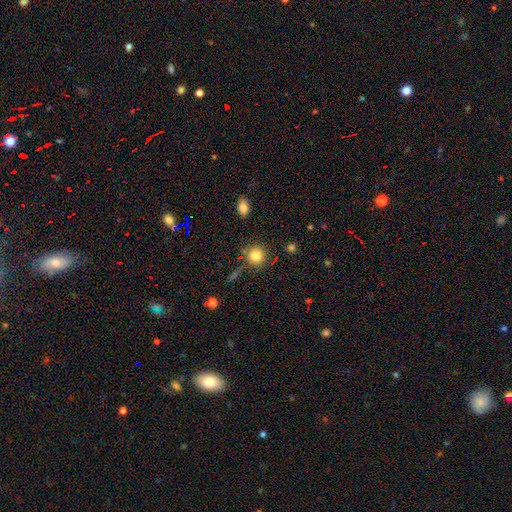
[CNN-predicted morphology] Smooth or featured?
  - smooth: 82% *
  - star or artifact: 11%
  - featured or disk: 7%
How rounded?
  - round: 91% *
  - in between: 8%
  - cigar-shaped: 1%
Merging?
  - none: 78% *
  - minor disturbance: 11%
  - merger: 6%
  - major disturbance: 4%